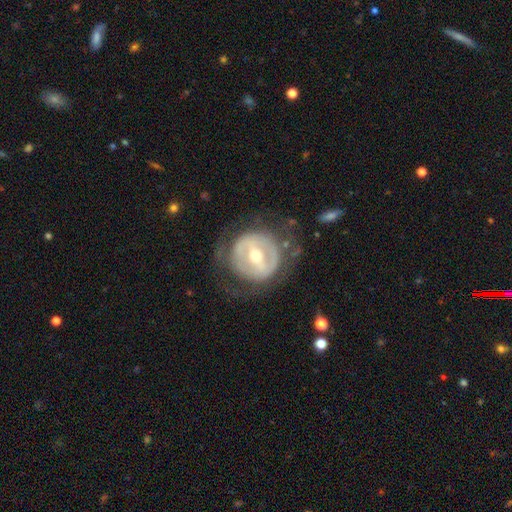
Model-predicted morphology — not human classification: type=featured or disk (73%); edge-on=no (95%); bar=strong (52%); spiral arms=no (61%); bulge=moderate (56%); merging=none (64%).